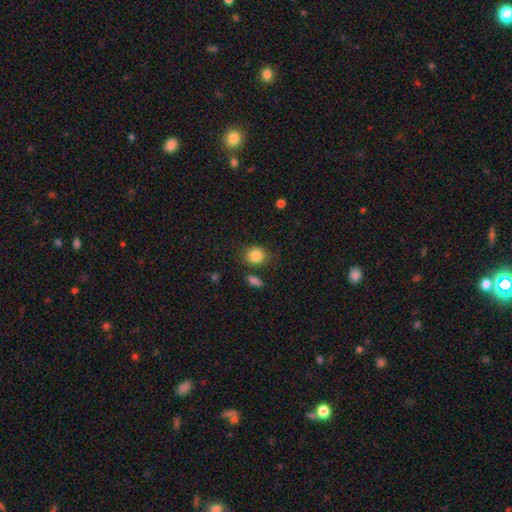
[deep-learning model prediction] Smooth or featured? smooth (85%)
How rounded? round (68%)
Merging? none (77%)